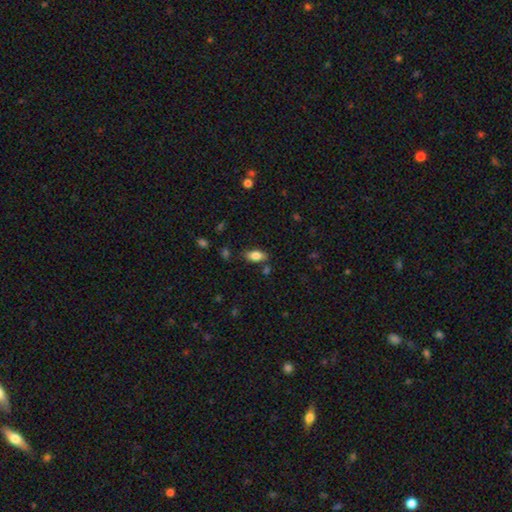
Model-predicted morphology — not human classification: Smooth or featured: smooth — 82% (featured or disk — 10%)
How rounded: in between — 90% (cigar-shaped — 6%)
Merging: none — 79% (minor disturbance — 14%)